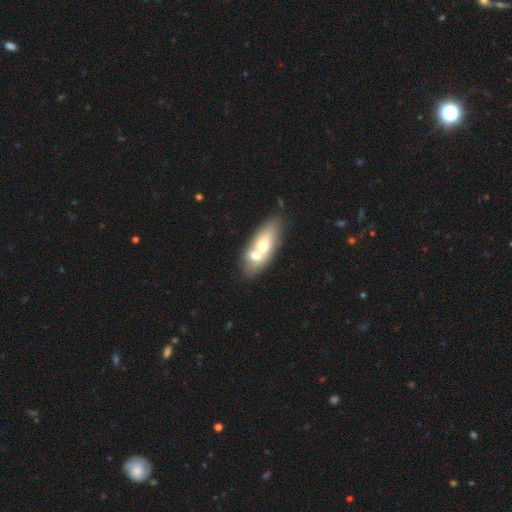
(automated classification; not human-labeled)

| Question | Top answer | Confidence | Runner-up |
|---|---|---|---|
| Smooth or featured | smooth | 56% | featured or disk (36%) |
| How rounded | in between | 76% | cigar-shaped (15%) |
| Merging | merger | 63% | none (27%) |